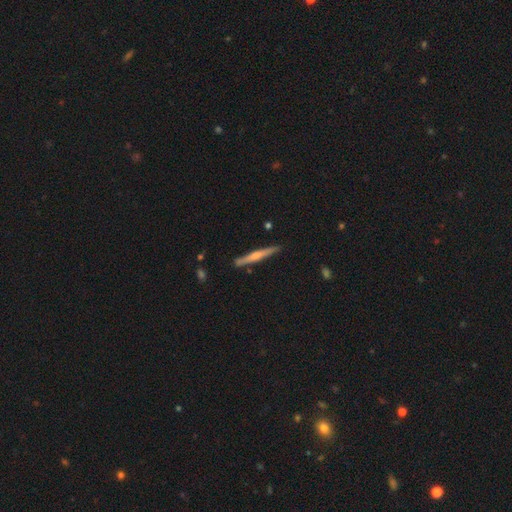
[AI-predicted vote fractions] smooth_or_featured: featured or disk (p=0.51) [alt: smooth p=0.43]
disk_edge_on: yes (p=0.97) [alt: no p=0.03]
merging: none (p=0.86) [alt: minor disturbance p=0.10]